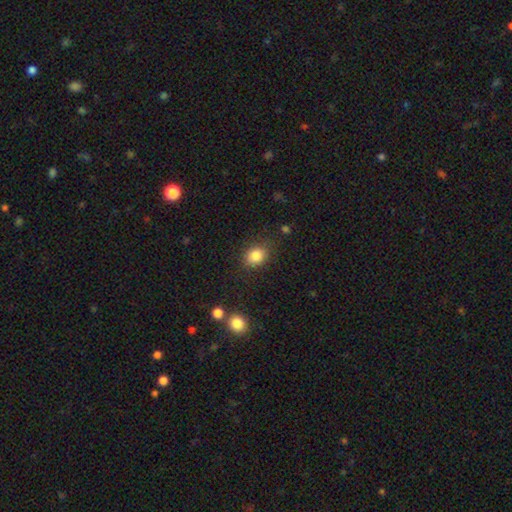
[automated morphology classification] type=smooth (84%); roundness=round (50%); merging=none (81%).